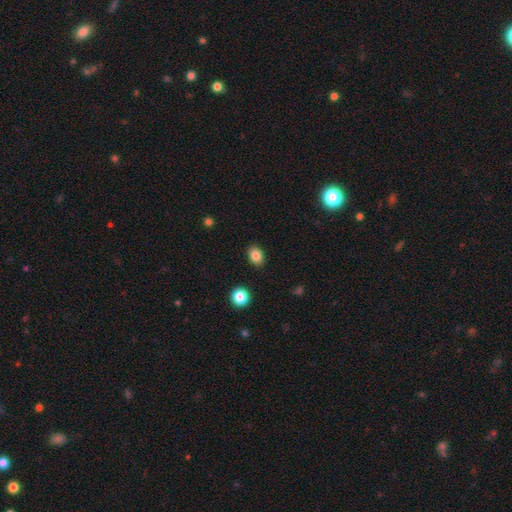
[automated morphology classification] This appears to be a smooth galaxy with no disk features (84%) that is in between round and cigar-shaped (67%). Merging: none (88%).